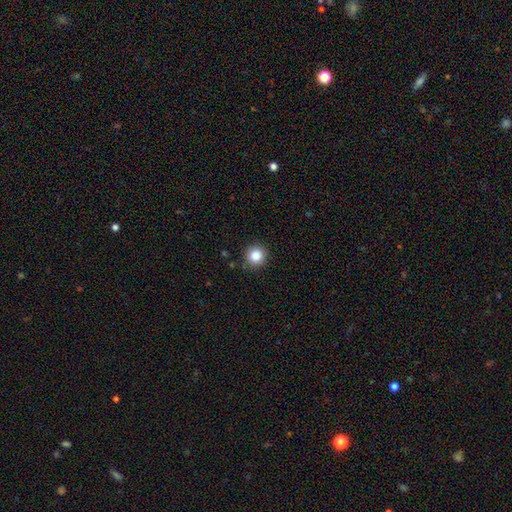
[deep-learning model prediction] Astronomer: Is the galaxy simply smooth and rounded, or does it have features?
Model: smooth — 86%.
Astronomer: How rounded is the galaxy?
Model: round — 92%.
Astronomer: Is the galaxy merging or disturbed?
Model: none — 89%.